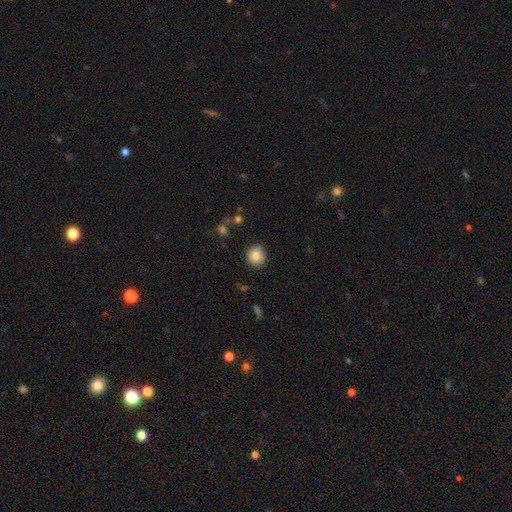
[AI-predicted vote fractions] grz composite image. It shows a smooth galaxy with no disk features (86%) that is round (83%). Merging: none (85%).